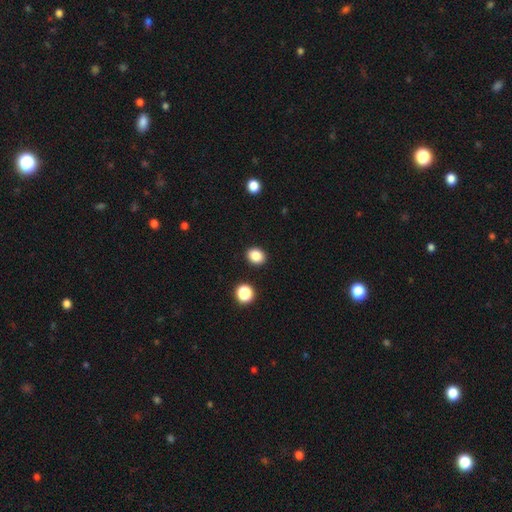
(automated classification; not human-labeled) Morphology: type=smooth (86%); roundness=round (57%); merging=none (90%).